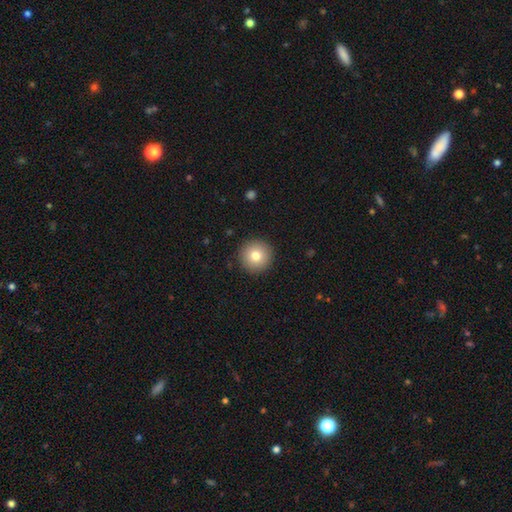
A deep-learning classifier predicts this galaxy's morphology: This appears to be a smooth galaxy with no disk features (78%) that is round (96%). Merging: none (92%).